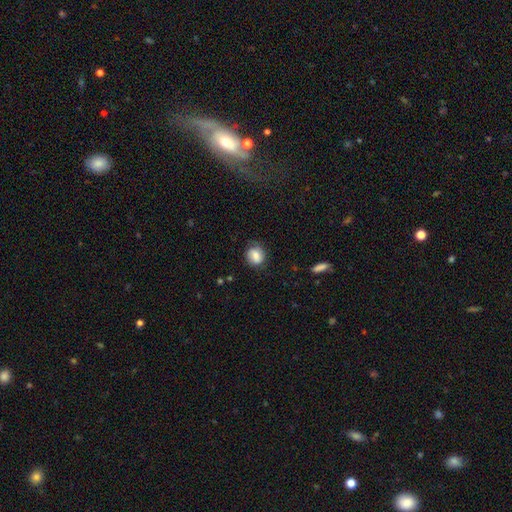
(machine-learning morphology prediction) Smooth or featured? Predicted: smooth (p=0.70). How rounded? Predicted: round (p=0.67). Merging? Predicted: none (p=0.66).